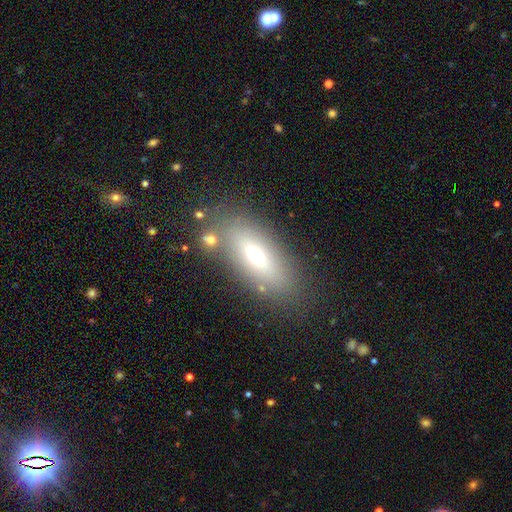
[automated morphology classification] Smooth or featured?
  - smooth: 61% *
  - featured or disk: 27%
  - star or artifact: 13%
How rounded?
  - in between: 73% *
  - cigar-shaped: 21%
  - round: 6%
Merging?
  - none: 75% *
  - minor disturbance: 12%
  - merger: 7%
  - major disturbance: 6%